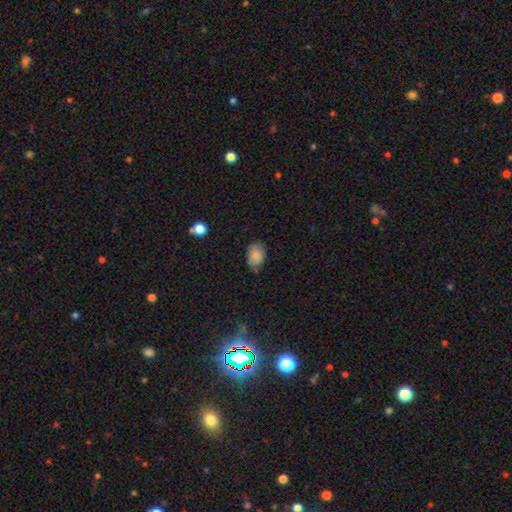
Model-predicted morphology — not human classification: Smooth or featured?
  - smooth: 86% *
  - star or artifact: 8%
  - featured or disk: 6%
How rounded?
  - in between: 76% *
  - round: 23%
  - cigar-shaped: 1%
Merging?
  - none: 70% *
  - minor disturbance: 24%
  - major disturbance: 4%
  - merger: 2%